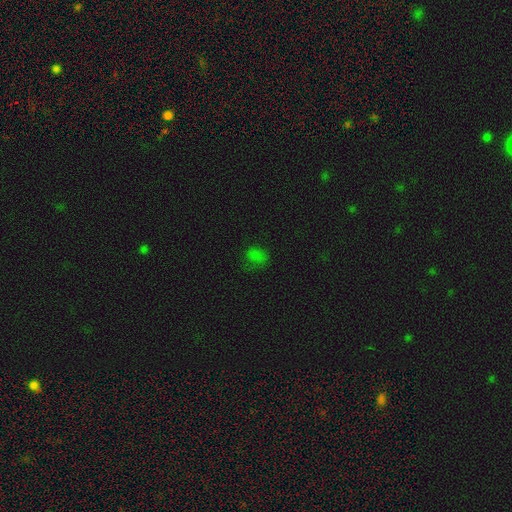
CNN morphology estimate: A smooth galaxy with no disk features (65%) that is round (54%). Merging: none (66%).